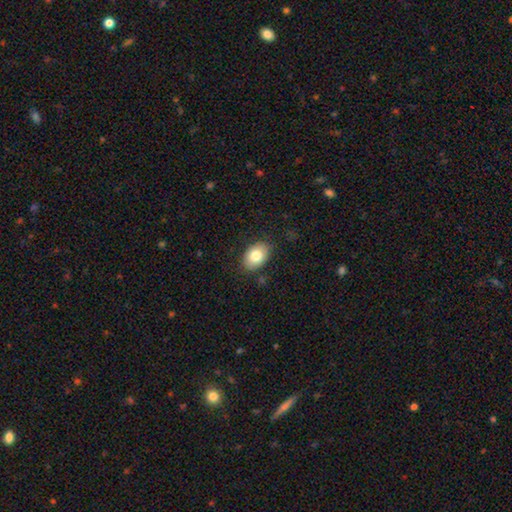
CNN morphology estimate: A smooth galaxy with no disk features (81%) that is in between round and cigar-shaped (84%).

Vote fractions:
- Smooth or featured? smooth: 81% / featured or disk: 11% / star or artifact: 7%
- How rounded? in between: 84% / round: 15% / cigar-shaped: 1%
- Merging? none: 83% / minor disturbance: 13% / major disturbance: 3% / merger: 1%